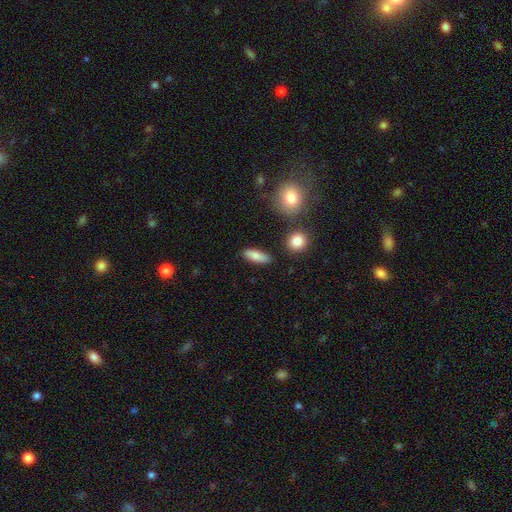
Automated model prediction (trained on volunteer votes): Morphology: type=smooth (82%); roundness=in between (60%); merging=none (86%).